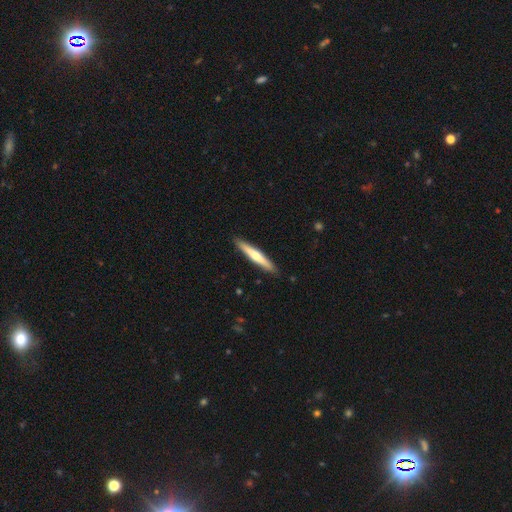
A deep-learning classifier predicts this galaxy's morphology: Smooth or featured?
  - smooth: 54% *
  - featured or disk: 41%
  - star or artifact: 5%
How rounded?
  - cigar-shaped: 94% *
  - in between: 4%
  - round: 1%
Merging?
  - none: 90% *
  - minor disturbance: 7%
  - major disturbance: 1%
  - merger: 1%